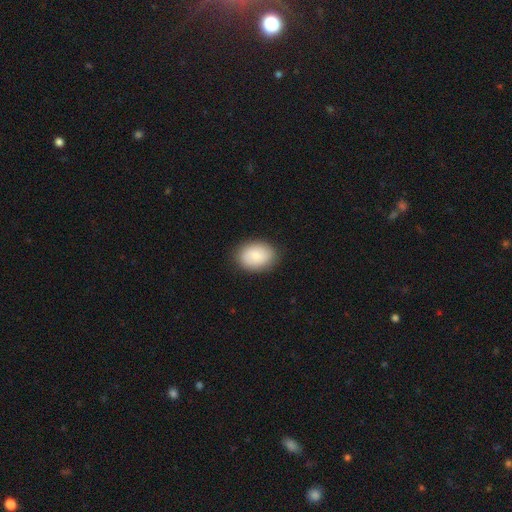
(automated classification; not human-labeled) Overall: smooth (80%). How rounded: in between (69%; round 30%). Merging: none (86%).